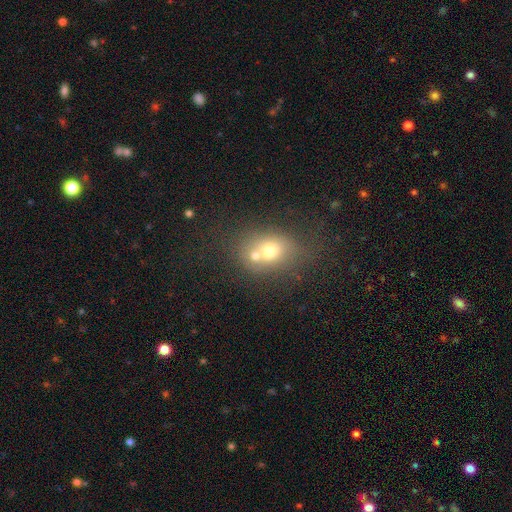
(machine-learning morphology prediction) Smooth or featured: smooth — 64% (featured or disk — 22%)
How rounded: round — 56% (in between — 43%)
Merging: merger — 53% (none — 33%)